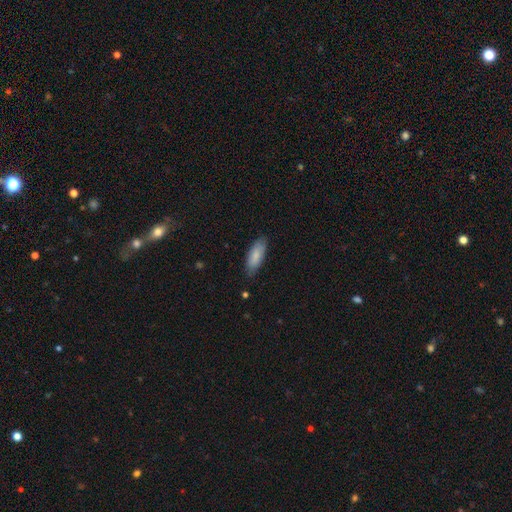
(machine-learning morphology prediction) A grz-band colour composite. It shows a smooth galaxy with no disk features (83%) that is in between round and cigar-shaped (75%). Merging: none (81%).